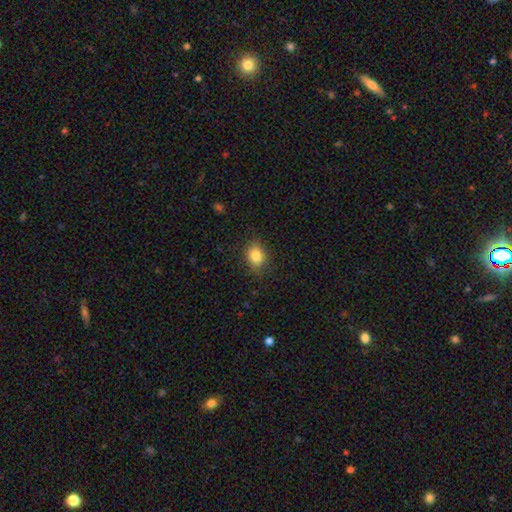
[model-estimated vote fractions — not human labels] This appears to be a smooth galaxy with no disk features (83%) that is in between round and cigar-shaped (52%). Merging: none (82%).